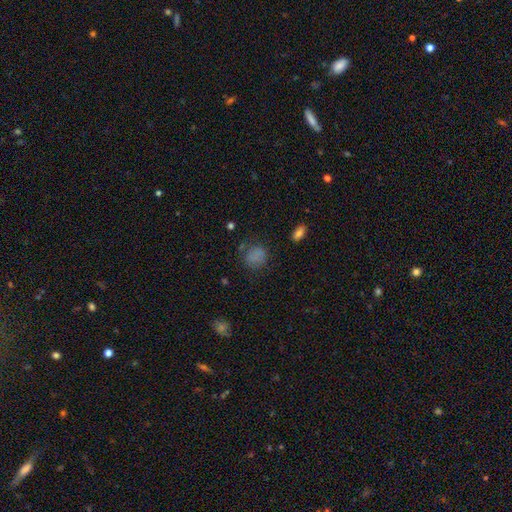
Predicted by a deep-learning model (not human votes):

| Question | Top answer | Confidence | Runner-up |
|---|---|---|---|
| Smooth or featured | smooth | 76% | star or artifact (15%) |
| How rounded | round | 75% | in between (24%) |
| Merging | none | 69% | minor disturbance (19%) |